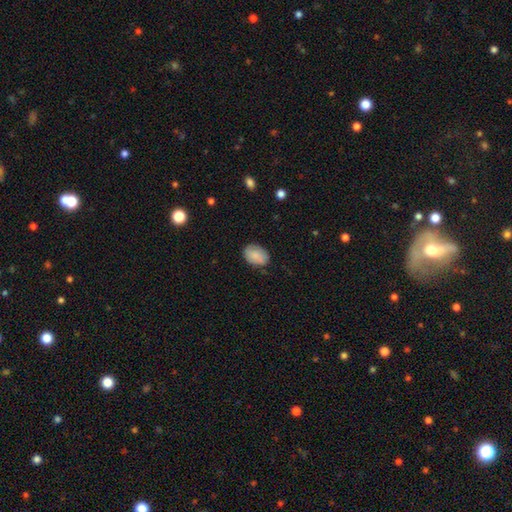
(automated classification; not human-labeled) A smooth galaxy with no disk features (86%) that is in between round and cigar-shaped (79%).

Vote fractions:
- Smooth or featured? smooth: 86% / featured or disk: 7% / star or artifact: 7%
- How rounded? in between: 79% / round: 20% / cigar-shaped: 1%
- Merging? none: 79% / minor disturbance: 16% / major disturbance: 3% / merger: 1%